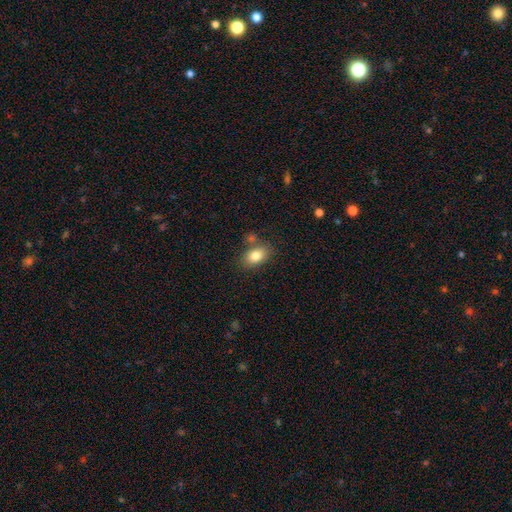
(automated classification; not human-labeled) smooth 82%, featured or disk 10%, star or artifact 8%. Down the decision tree: how rounded — in between (84%); merging — none (71%).